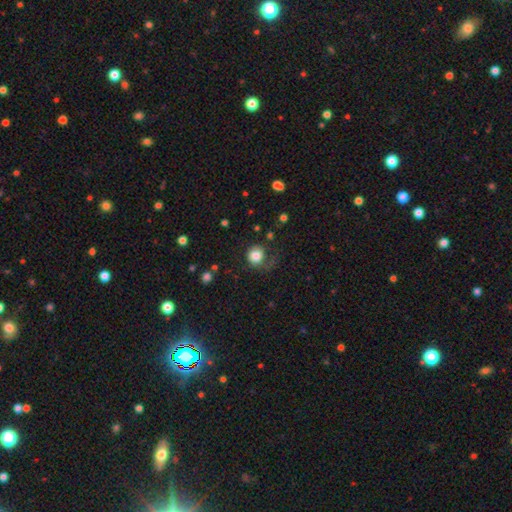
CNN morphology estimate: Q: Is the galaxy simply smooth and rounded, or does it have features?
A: smooth — 81%.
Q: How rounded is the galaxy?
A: round — 83%.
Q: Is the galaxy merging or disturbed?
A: none — 55%.